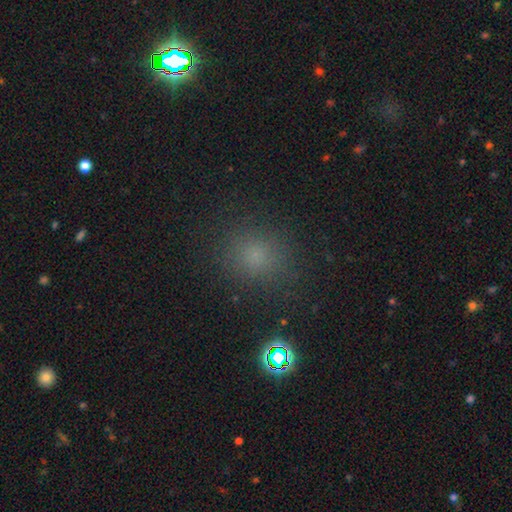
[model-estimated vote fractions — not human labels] Morphology: type=smooth (72%); roundness=round (77%); merging=none (83%).